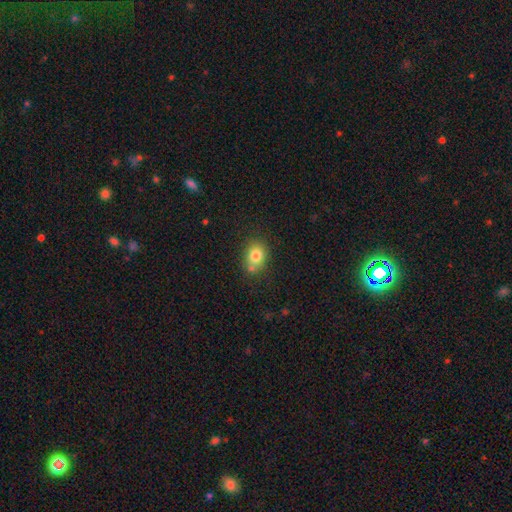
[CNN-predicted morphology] smooth-or-featured: smooth: 80% | star or artifact: 10% | featured or disk: 10%
  how-rounded: in between: 51% | round: 48% | cigar-shaped: 1%
  merging: none: 65% | minor disturbance: 16% | merger: 15% | major disturbance: 4%